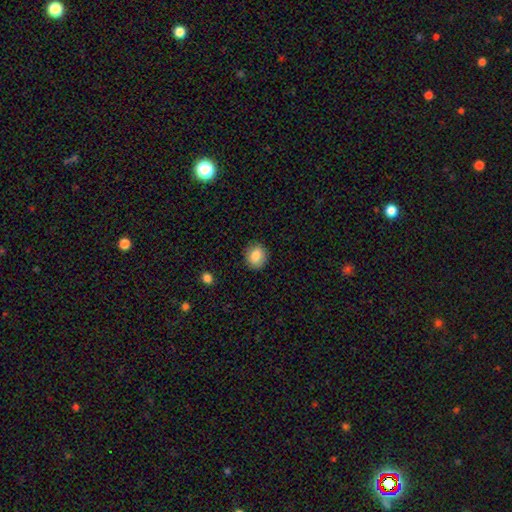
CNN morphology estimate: Smooth or featured: smooth — 85% (star or artifact — 8%)
How rounded: round — 71% (in between — 28%)
Merging: none — 88% (minor disturbance — 9%)